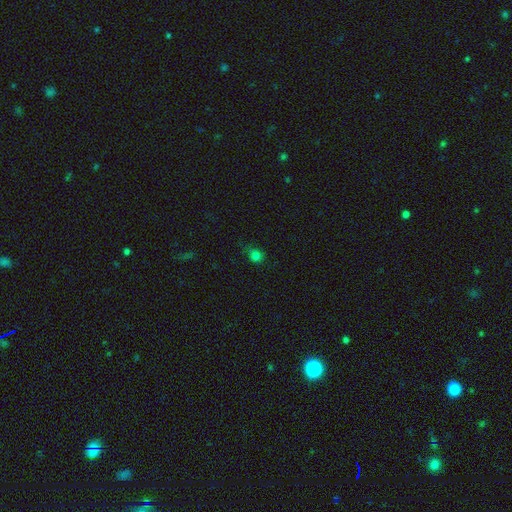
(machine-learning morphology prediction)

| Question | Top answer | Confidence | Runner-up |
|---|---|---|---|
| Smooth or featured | smooth | 77% | star or artifact (18%) |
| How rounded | round | 82% | in between (17%) |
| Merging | none | 72% | minor disturbance (21%) |